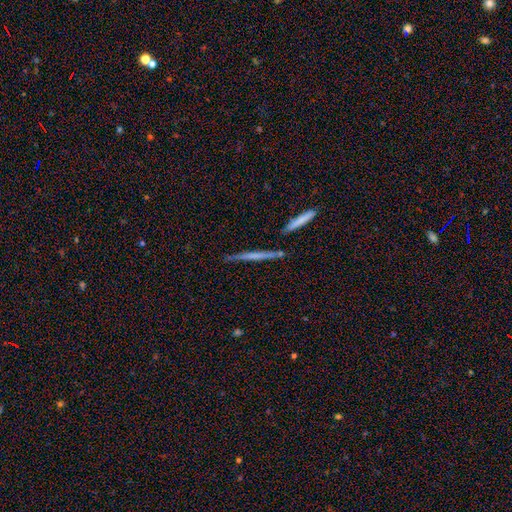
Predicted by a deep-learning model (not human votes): Morphology: type=featured or disk (51%); edge-on=yes (96%); merging=none (81%).